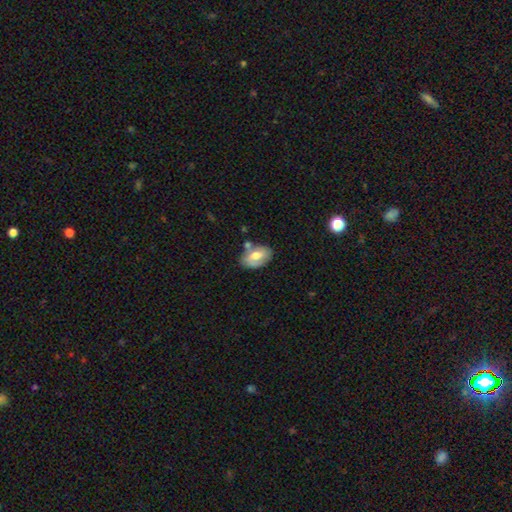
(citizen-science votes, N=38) Smooth or featured?
  - featured or disk: 63% *
  - smooth: 34%
  - star or artifact: 3%
Edge-on disk?
  - no: 100% *
  - yes: 0%
Bar?
  - no: 67% *
  - weak: 25%
  - strong: 8%
Spiral arms?
  - yes: 79% *
  - no: 21%
Spiral winding?
  - medium: 47% *
  - tight: 32%
  - loose: 21%
Spiral arm count?
  - 2: 58% *
  - can't tell: 32%
  - 1: 5%
  - 3: 5%
  - 4: 0%
  - more than 4: 0%
Bulge size?
  - moderate: 79% *
  - large: 12%
  - small: 8%
  - dominant: 0%
  - none: 0%
Merging?
  - none: 65% *
  - merger: 16%
  - minor disturbance: 14%
  - major disturbance: 5%